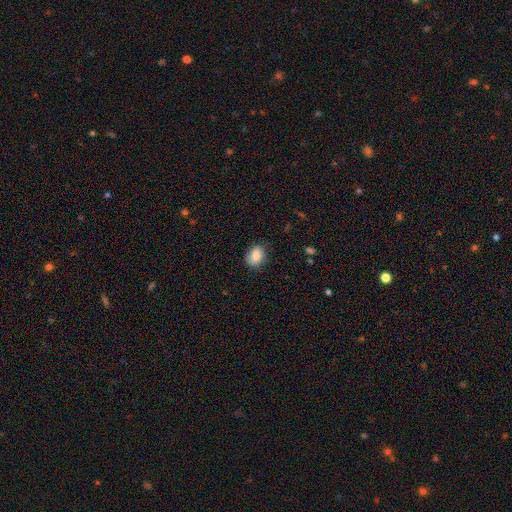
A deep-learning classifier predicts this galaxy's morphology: smooth_or_featured: smooth (p=0.81) [alt: featured or disk p=0.11]
how_rounded: in between (p=0.65) [alt: round p=0.34]
merging: none (p=0.75) [alt: minor disturbance p=0.19]